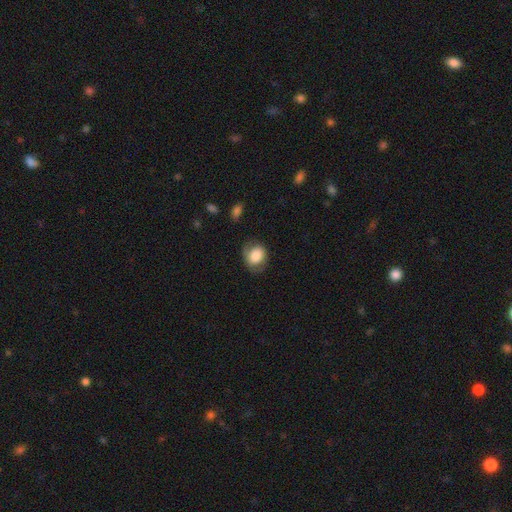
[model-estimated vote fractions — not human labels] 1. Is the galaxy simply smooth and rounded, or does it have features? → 78% smooth, 14% featured or disk, 8% star or artifact.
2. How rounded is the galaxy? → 54% round, 45% in between, 1% cigar-shaped.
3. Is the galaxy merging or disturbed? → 60% none, 27% minor disturbance, 11% major disturbance, 2% merger.